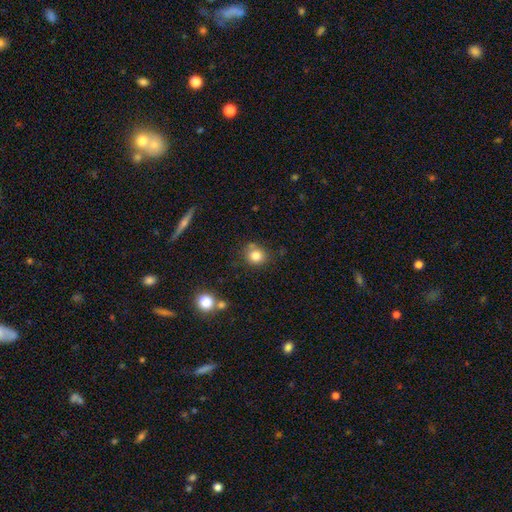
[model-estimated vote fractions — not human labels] smooth 81%, star or artifact 11%, featured or disk 8%. Down the decision tree: how rounded — round (85%); merging — none (73%).